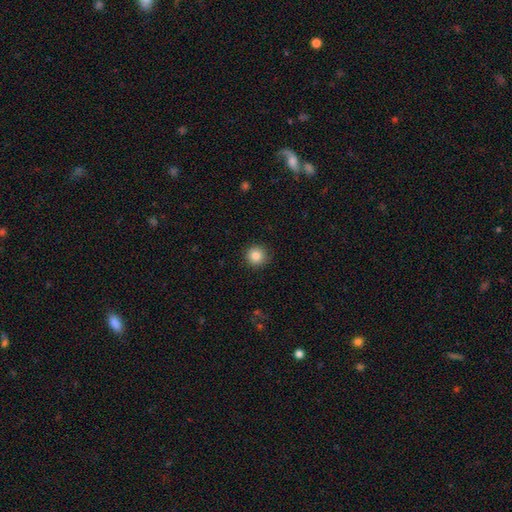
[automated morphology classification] smooth 85%, star or artifact 10%, featured or disk 5%. Down the decision tree: how rounded — round (95%); merging — none (90%).